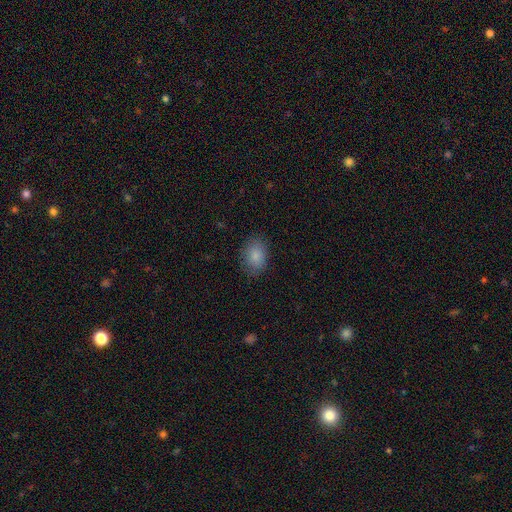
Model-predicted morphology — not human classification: A smooth galaxy with no disk features (85%) that is in between round and cigar-shaped (69%). Merging: none (81%).